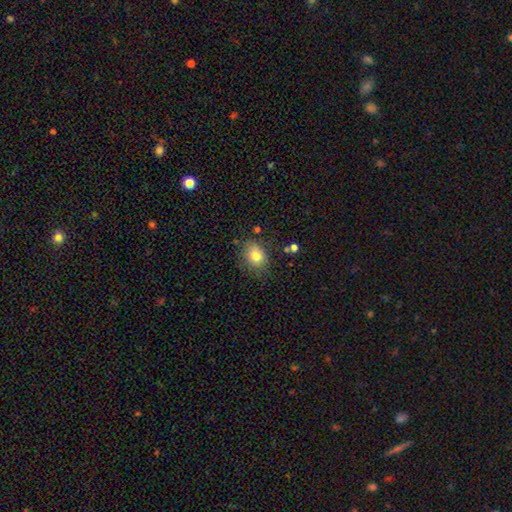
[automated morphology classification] Smooth or featured?
  - smooth: 79% *
  - star or artifact: 11%
  - featured or disk: 10%
How rounded?
  - round: 50% *
  - in between: 49%
  - cigar-shaped: 1%
Merging?
  - none: 76% *
  - minor disturbance: 17%
  - major disturbance: 4%
  - merger: 3%